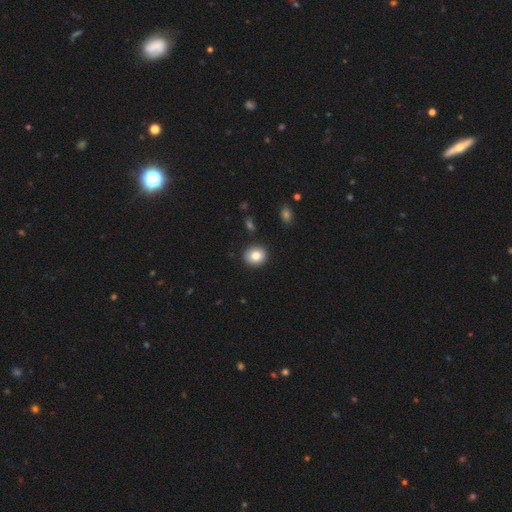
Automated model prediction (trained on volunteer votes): smooth-or-featured: smooth: 84% | star or artifact: 9% | featured or disk: 7%
  how-rounded: round: 74% | in between: 25% | cigar-shaped: 1%
  merging: none: 90% | minor disturbance: 6% | major disturbance: 2% | merger: 2%